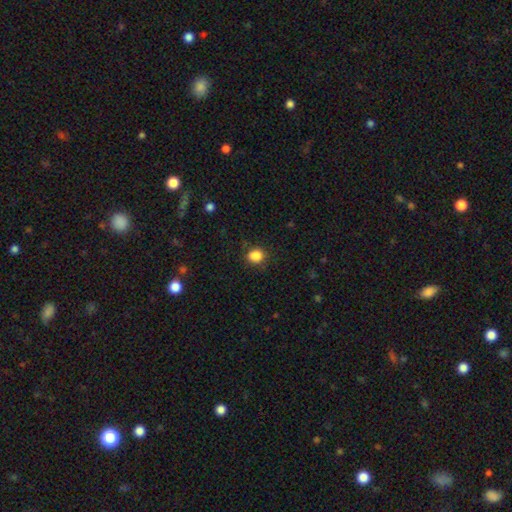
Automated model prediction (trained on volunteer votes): Smooth or featured: smooth — 87% (star or artifact — 10%)
How rounded: round — 69% (in between — 30%)
Merging: none — 84% (minor disturbance — 12%)